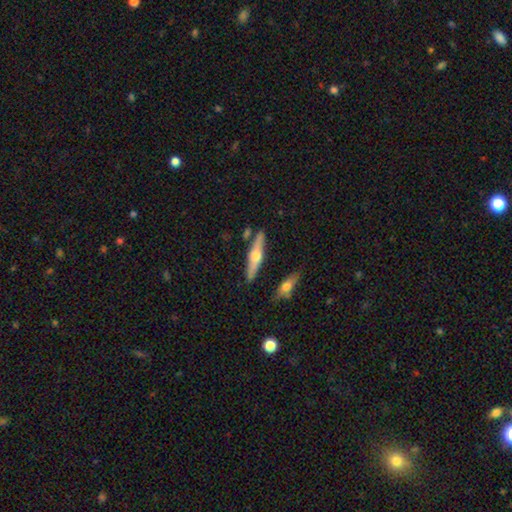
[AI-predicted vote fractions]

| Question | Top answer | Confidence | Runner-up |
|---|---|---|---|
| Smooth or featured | featured or disk | 62% | smooth (32%) |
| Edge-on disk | yes | 95% | no (5%) |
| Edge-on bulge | rounded | 94% | boxy (3%) |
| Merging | none | 83% | minor disturbance (9%) |